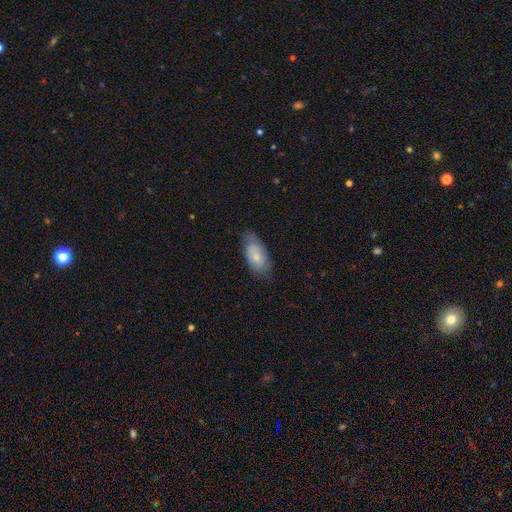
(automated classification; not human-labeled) Overall: smooth (70%). How rounded: in between (91%). Merging: none (71%).